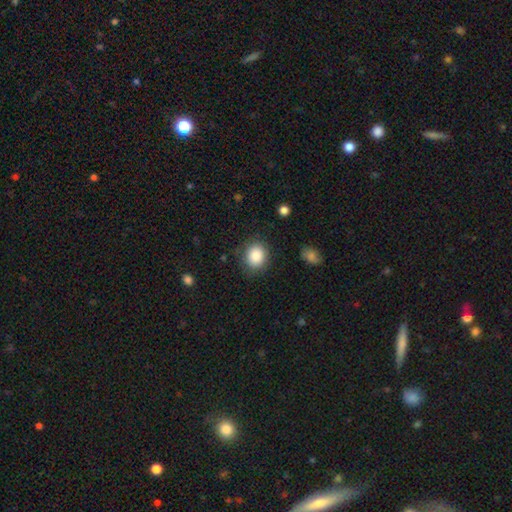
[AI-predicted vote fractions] smooth_or_featured: smooth (p=0.86) [alt: star or artifact p=0.08]
how_rounded: round (p=0.65) [alt: in between p=0.35]
merging: none (p=0.83) [alt: minor disturbance p=0.12]